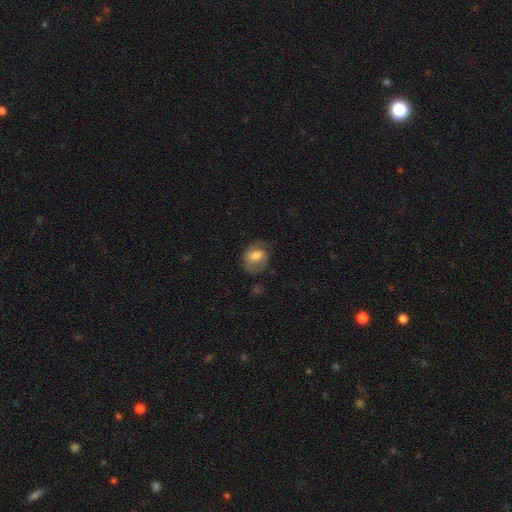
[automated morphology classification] smooth-or-featured: smooth: 59% | featured or disk: 33% | star or artifact: 8%
  how-rounded: in between: 58% | round: 41% | cigar-shaped: 1%
  merging: none: 49% | minor disturbance: 28% | major disturbance: 21% | merger: 2%